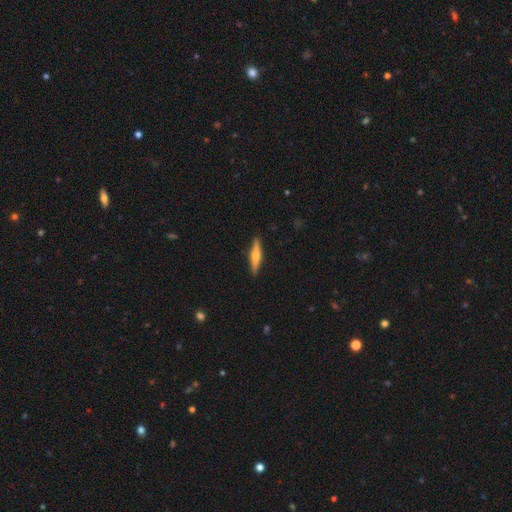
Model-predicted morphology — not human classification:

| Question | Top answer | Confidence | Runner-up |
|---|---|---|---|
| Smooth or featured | smooth | 48% | featured or disk (46%) |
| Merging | none | 89% | minor disturbance (8%) |